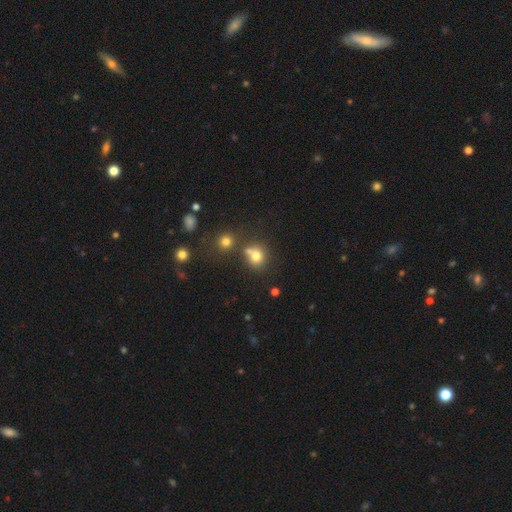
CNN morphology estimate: Overall: smooth (76%). How rounded: round (79%). Merging: none (54%; merger 29%).